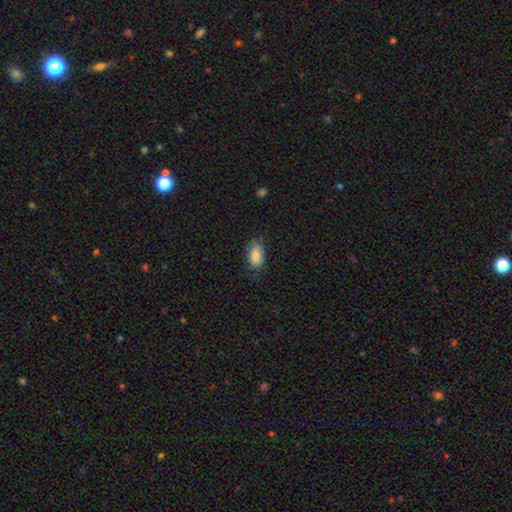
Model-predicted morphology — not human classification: A smooth galaxy with no disk features (87%) that is in between round and cigar-shaped (92%). Merging: none (73%).